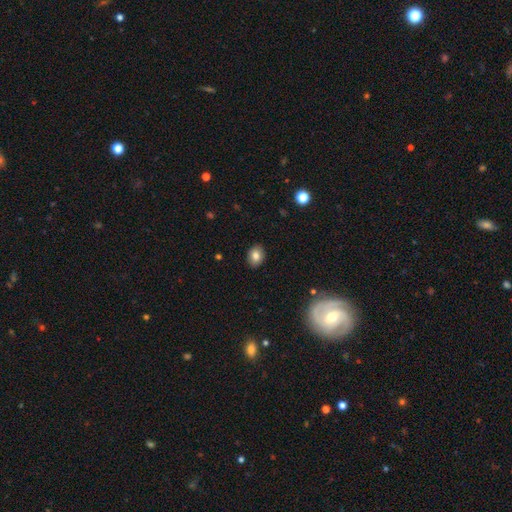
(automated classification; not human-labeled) The model was most divided on "how rounded": in between: 62%, round: 37%, cigar-shaped: 1%. More confident: merging — none (89%); smooth or featured — smooth (81%).